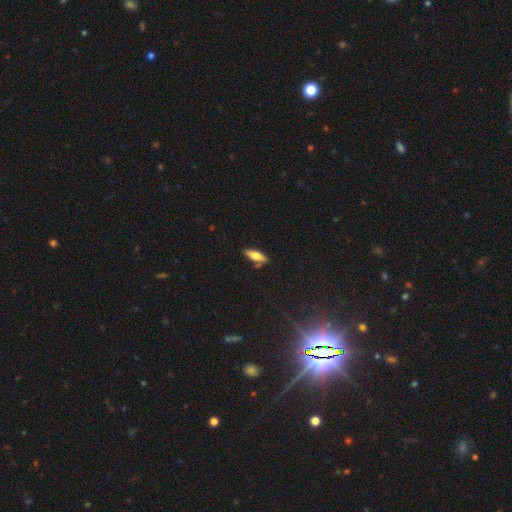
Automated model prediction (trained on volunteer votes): Smooth or featured? Predicted: smooth (p=0.66). How rounded? Predicted: in between (p=0.58). Merging? Predicted: none (p=0.74).